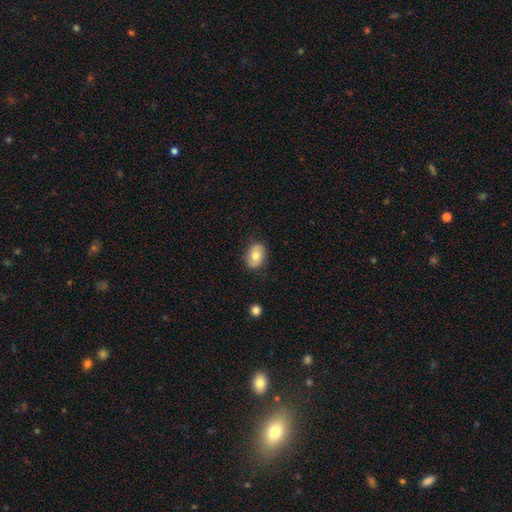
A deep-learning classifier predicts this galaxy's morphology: smooth 72%, featured or disk 21%, star or artifact 7%. Down the decision tree: how rounded — in between (68%); merging — none (83%).